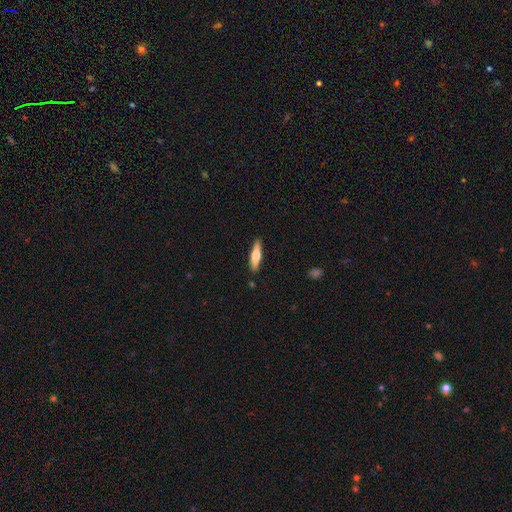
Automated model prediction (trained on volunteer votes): smooth_or_featured: featured or disk (p=0.48) [alt: smooth p=0.47]
merging: none (p=0.89) [alt: minor disturbance p=0.08]